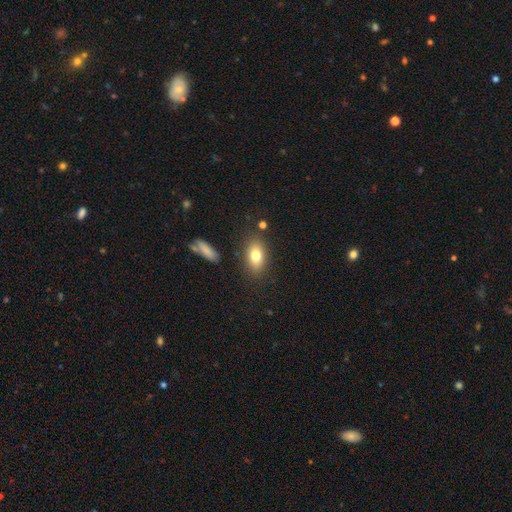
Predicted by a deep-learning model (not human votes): Q: Smooth or featured?
A: smooth (78%); runner-up: featured or disk (14%)
Q: How rounded?
A: in between (86%); runner-up: round (9%)
Q: Merging?
A: none (82%); runner-up: minor disturbance (11%)